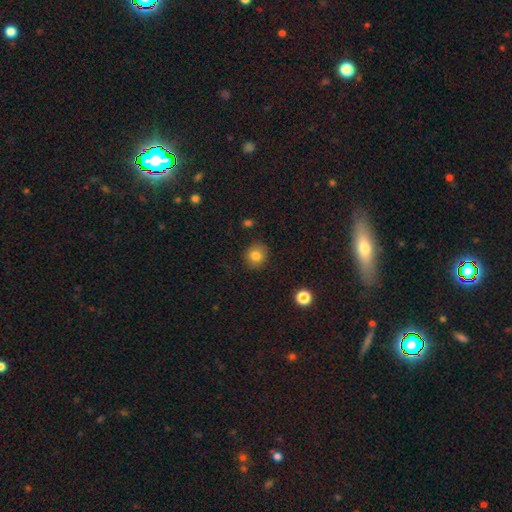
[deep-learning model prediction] Smooth or featured: smooth — 82% (star or artifact — 11%)
How rounded: round — 83% (in between — 16%)
Merging: none — 88% (minor disturbance — 8%)